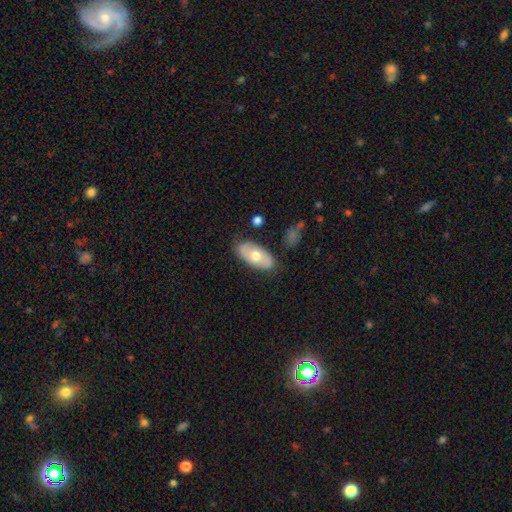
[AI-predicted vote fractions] A smooth galaxy with no disk features (60%) that is in between round and cigar-shaped (92%). Merging: none (80%).